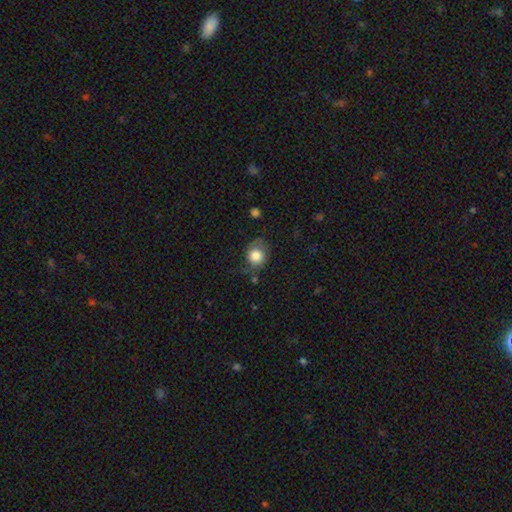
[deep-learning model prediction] smooth_or_featured: smooth (p=0.78) [alt: featured or disk p=0.14]
how_rounded: round (p=0.66) [alt: in between p=0.33]
merging: none (p=0.57) [alt: minor disturbance p=0.28]